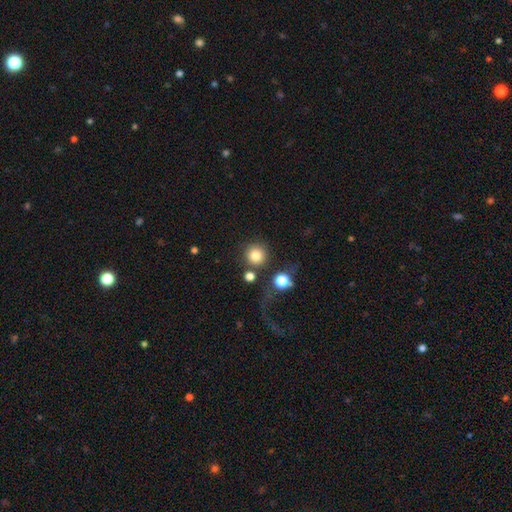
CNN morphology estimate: Smooth or featured: smooth — 82% (star or artifact — 11%)
How rounded: round — 95% (in between — 4%)
Merging: none — 77% (merger — 10%)